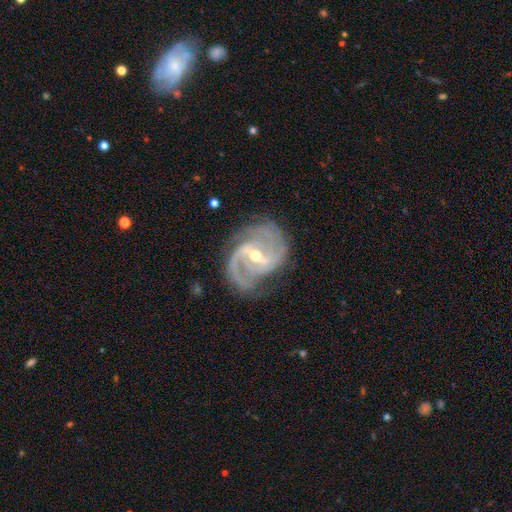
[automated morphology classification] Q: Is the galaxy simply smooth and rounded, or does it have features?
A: featured or disk — 92%.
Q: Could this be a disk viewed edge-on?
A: no — 98%.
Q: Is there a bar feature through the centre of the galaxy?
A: weak — 44%.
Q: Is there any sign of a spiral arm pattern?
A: yes — 98%.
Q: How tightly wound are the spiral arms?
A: medium — 54%.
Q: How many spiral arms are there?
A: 2 — 65%.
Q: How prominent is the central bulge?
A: small — 50%.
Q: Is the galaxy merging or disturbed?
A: none — 70%.